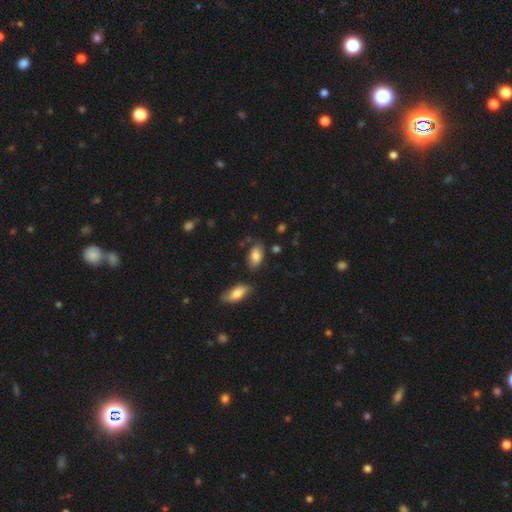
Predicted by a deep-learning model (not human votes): Smooth or featured: smooth — 83% (featured or disk — 10%)
How rounded: in between — 92% (cigar-shaped — 4%)
Merging: none — 73% (minor disturbance — 18%)